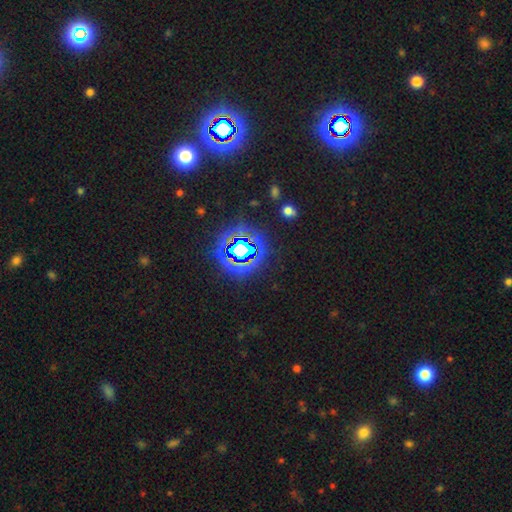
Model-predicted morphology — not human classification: Smooth or featured?
  - star or artifact: 80% *
  - smooth: 14%
  - featured or disk: 7%